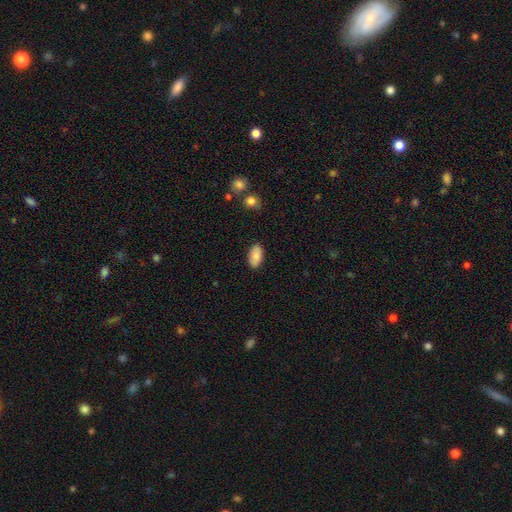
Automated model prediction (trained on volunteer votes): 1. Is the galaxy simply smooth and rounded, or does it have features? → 87% smooth, 7% star or artifact, 7% featured or disk.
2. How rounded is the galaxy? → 94% in between, 3% round, 3% cigar-shaped.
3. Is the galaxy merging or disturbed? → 87% none, 10% minor disturbance, 2% major disturbance, 1% merger.